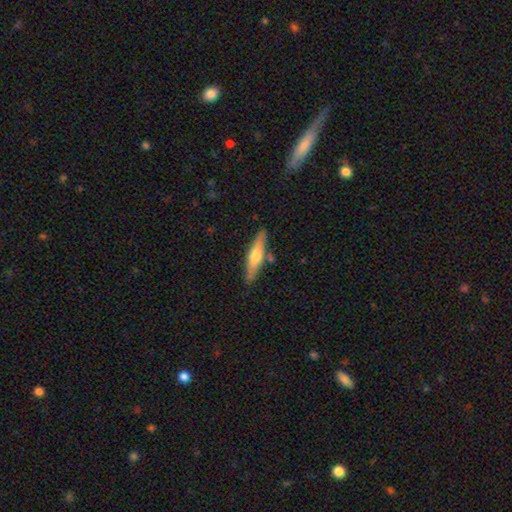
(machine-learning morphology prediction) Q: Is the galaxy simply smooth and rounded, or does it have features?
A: smooth — 53%.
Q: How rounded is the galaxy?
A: cigar-shaped — 81%.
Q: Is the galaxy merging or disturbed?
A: none — 83%.